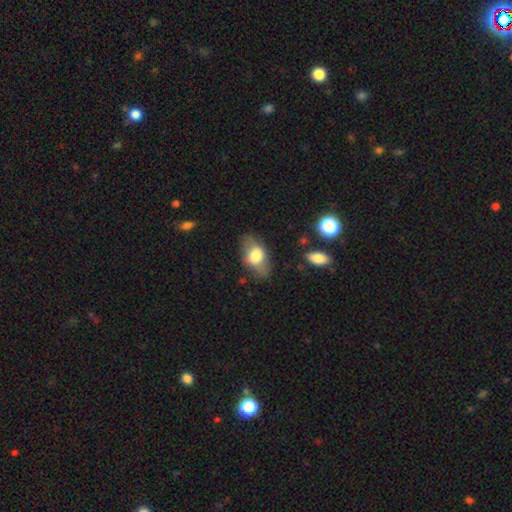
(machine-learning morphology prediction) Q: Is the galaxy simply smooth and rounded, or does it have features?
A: smooth — 67%.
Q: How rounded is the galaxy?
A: in between — 88%.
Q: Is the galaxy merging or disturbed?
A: none — 70%.